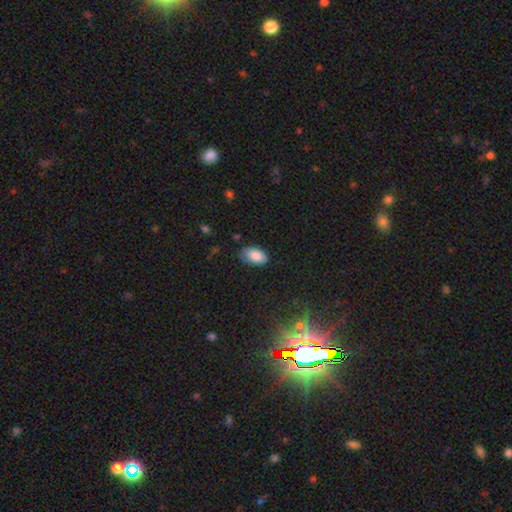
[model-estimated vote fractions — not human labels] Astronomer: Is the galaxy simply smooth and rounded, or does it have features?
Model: smooth — 84%.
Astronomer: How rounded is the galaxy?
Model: in between — 94%.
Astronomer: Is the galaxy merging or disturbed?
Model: none — 75%.